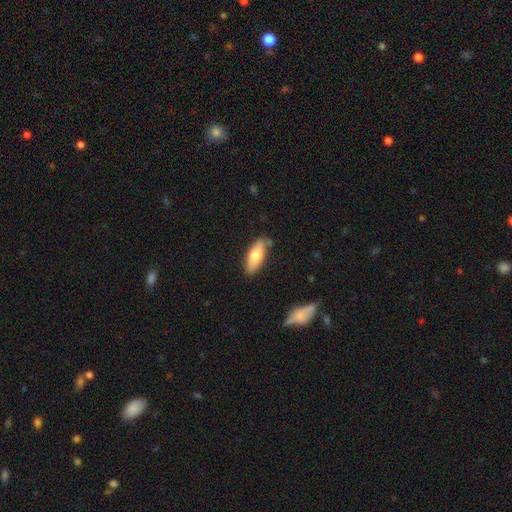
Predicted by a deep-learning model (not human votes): smooth 72%, featured or disk 22%, star or artifact 6%. Down the decision tree: how rounded — in between (72%); merging — none (81%).